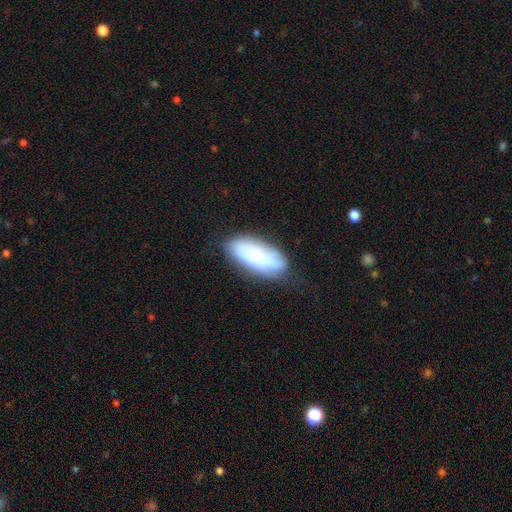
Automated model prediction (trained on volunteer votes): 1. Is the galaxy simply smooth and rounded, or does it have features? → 63% smooth, 29% featured or disk, 8% star or artifact.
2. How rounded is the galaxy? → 85% in between, 13% cigar-shaped, 2% round.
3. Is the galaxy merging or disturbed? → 69% none, 22% minor disturbance, 7% major disturbance, 3% merger.